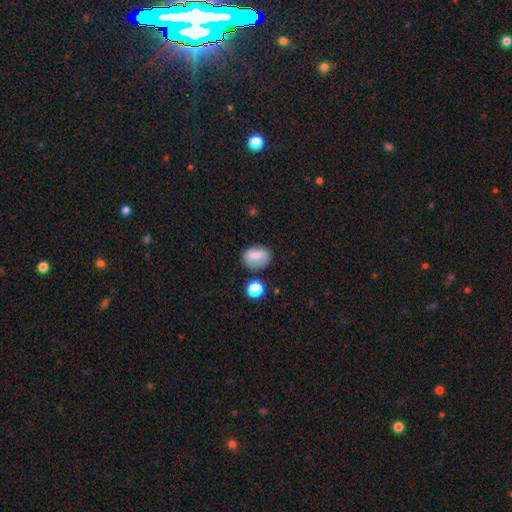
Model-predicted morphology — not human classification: Smooth or featured?
  - smooth: 76% *
  - featured or disk: 14%
  - star or artifact: 10%
How rounded?
  - in between: 69% *
  - round: 29%
  - cigar-shaped: 2%
Merging?
  - none: 70% *
  - minor disturbance: 18%
  - major disturbance: 6%
  - merger: 6%